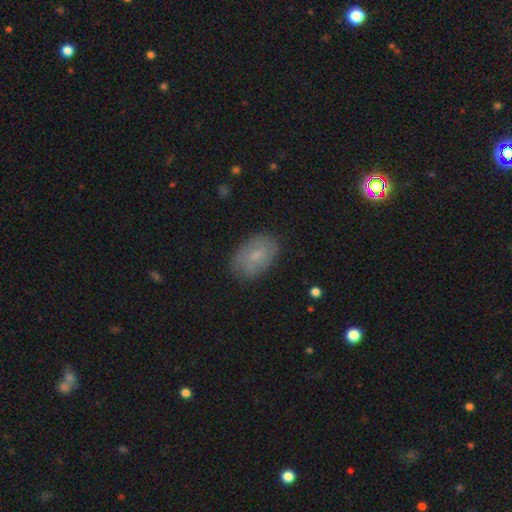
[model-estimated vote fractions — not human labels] Overall: smooth (66%). How rounded: in between (89%). Merging: none (82%).